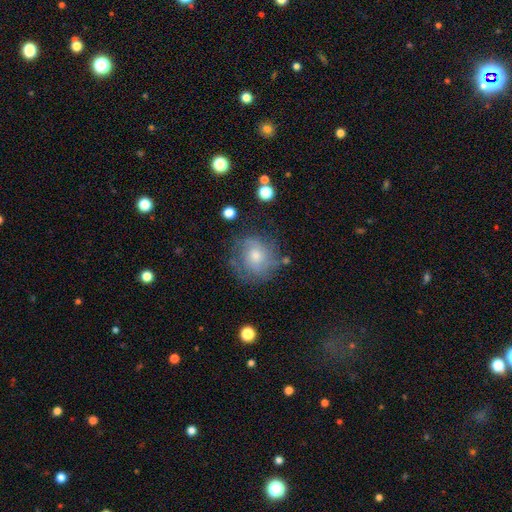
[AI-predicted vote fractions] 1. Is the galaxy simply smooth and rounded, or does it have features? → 50% featured or disk, 39% smooth, 11% star or artifact.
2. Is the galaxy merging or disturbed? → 69% none, 19% minor disturbance, 10% major disturbance, 2% merger.